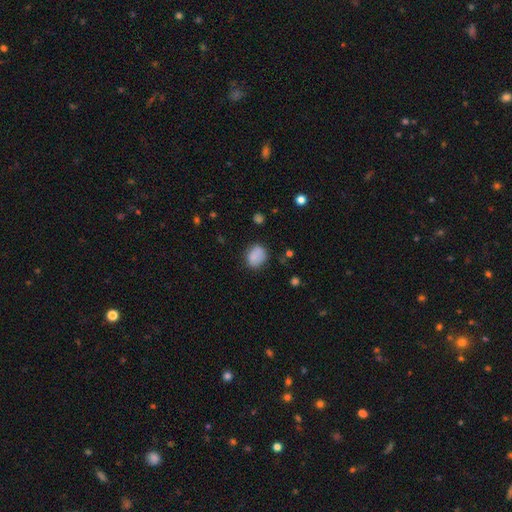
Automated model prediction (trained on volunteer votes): A smooth galaxy with no disk features (82%) that is round (51%).

Vote fractions:
- Smooth or featured? smooth: 82% / star or artifact: 9% / featured or disk: 8%
- How rounded? round: 51% / in between: 48% / cigar-shaped: 1%
- Merging? none: 70% / minor disturbance: 20% / major disturbance: 5% / merger: 4%